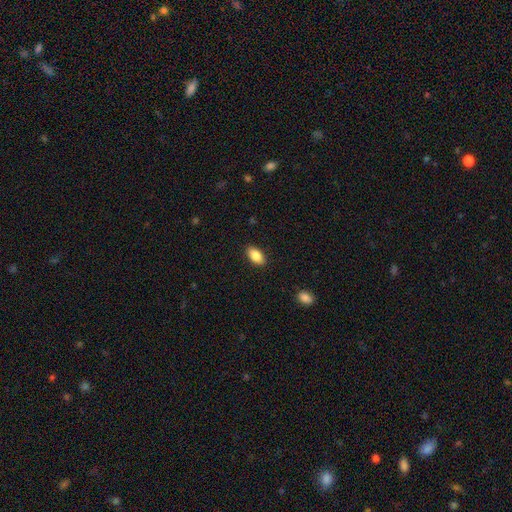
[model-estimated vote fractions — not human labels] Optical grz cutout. It shows a smooth galaxy with no disk features (86%) that is in between round and cigar-shaped (92%). Merging: none (89%).